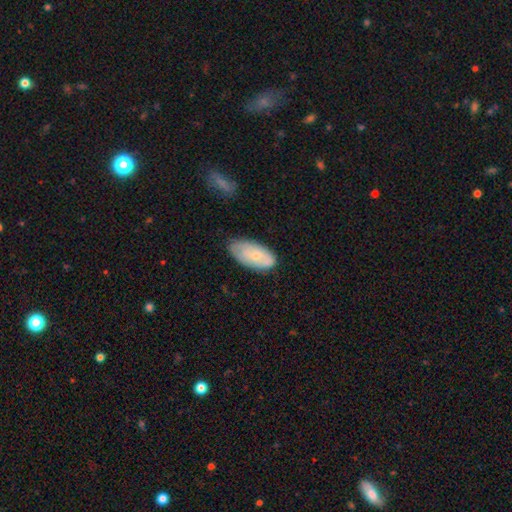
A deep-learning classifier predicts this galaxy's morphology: Smooth or featured?
  - smooth: 61% *
  - featured or disk: 33%
  - star or artifact: 6%
How rounded?
  - in between: 92% *
  - cigar-shaped: 5%
  - round: 3%
Merging?
  - none: 69% *
  - minor disturbance: 24%
  - major disturbance: 5%
  - merger: 2%